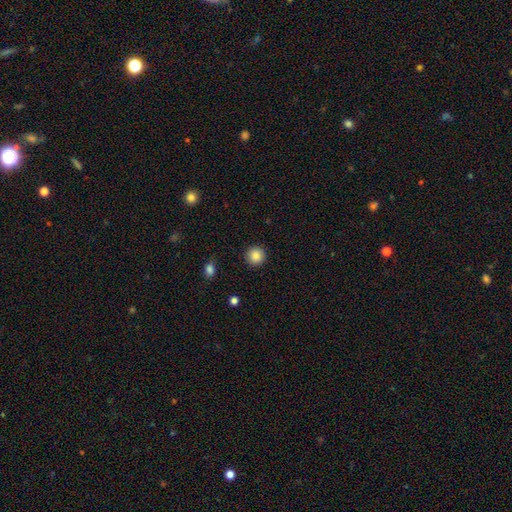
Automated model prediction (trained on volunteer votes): This appears to be a smooth galaxy with no disk features (87%) that is round (95%). Merging: none (91%).